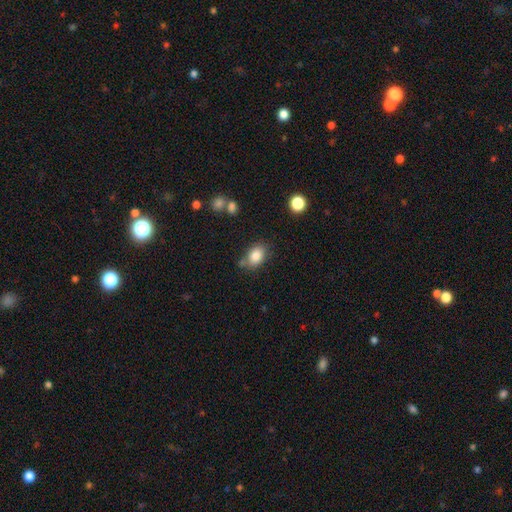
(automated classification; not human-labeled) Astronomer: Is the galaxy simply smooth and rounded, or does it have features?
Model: smooth — 85%.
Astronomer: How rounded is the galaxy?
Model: in between — 77%.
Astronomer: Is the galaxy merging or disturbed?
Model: none — 67%.